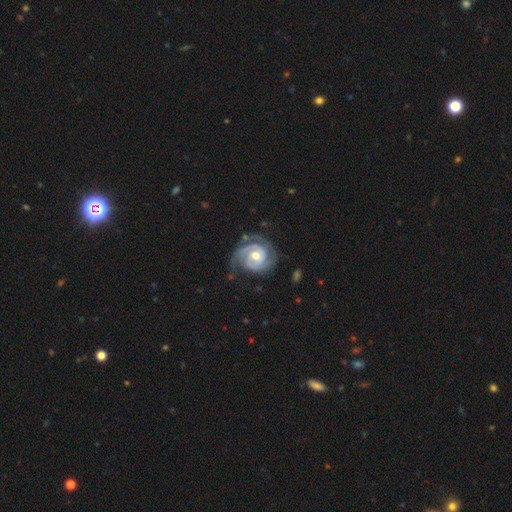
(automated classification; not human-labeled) A featured or disk galaxy (89%) with no bar (65%), 2 (58%) tight (67%) spiral arms (97%) and a moderate central bulge (69%).

Vote fractions:
- Smooth or featured? featured or disk: 89% / smooth: 7% / star or artifact: 4%
- Edge-on disk? no: 98% / yes: 2%
- Bar? no: 65% / weak: 28% / strong: 7%
- Spiral arms? yes: 97% / no: 3%
- Spiral winding? tight: 67% / medium: 27% / loose: 6%
- Spiral arm count? 2: 58% / 3: 18% / can't tell: 12% / 1: 5% / 4: 3% / more than 4: 3%
- Bulge size? moderate: 69% / small: 23% / large: 5% / none: 1% / dominant: 1%
- Merging? none: 67% / minor disturbance: 20% / major disturbance: 10% / merger: 2%